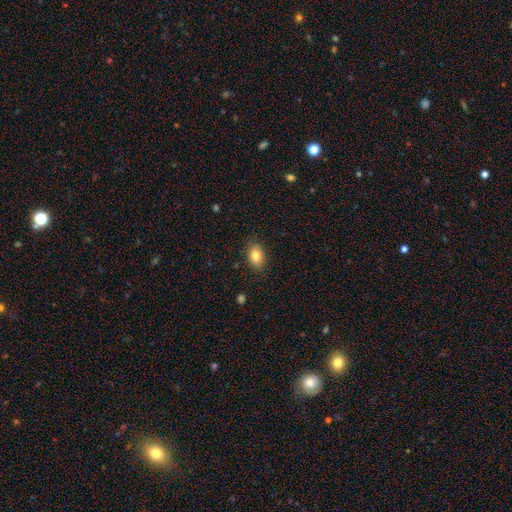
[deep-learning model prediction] smooth 83%, featured or disk 8%, star or artifact 8%. Down the decision tree: how rounded — in between (86%); merging — none (86%).